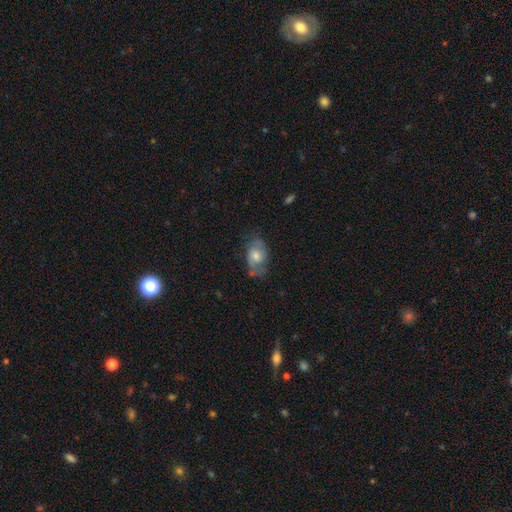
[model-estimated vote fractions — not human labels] The model was most divided on "smooth or featured": smooth: 53%, featured or disk: 39%, star or artifact: 9%. More confident: how rounded — in between (82%); merging — none (59%).